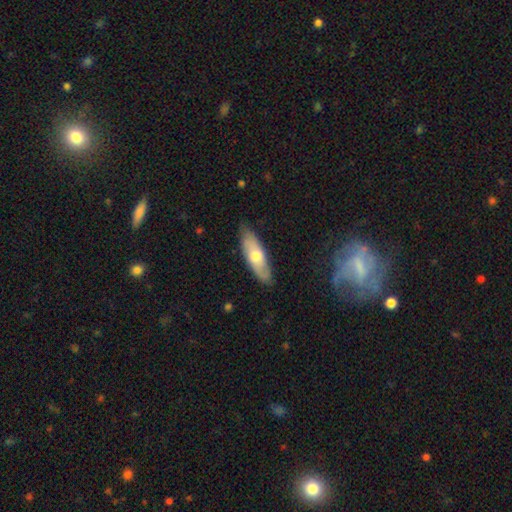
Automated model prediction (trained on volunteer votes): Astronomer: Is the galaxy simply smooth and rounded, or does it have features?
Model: smooth — 56% (runner-up: featured or disk, 38%).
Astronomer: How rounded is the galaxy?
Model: in between — 58% (runner-up: cigar-shaped, 39%).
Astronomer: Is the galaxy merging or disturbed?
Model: none — 81%.